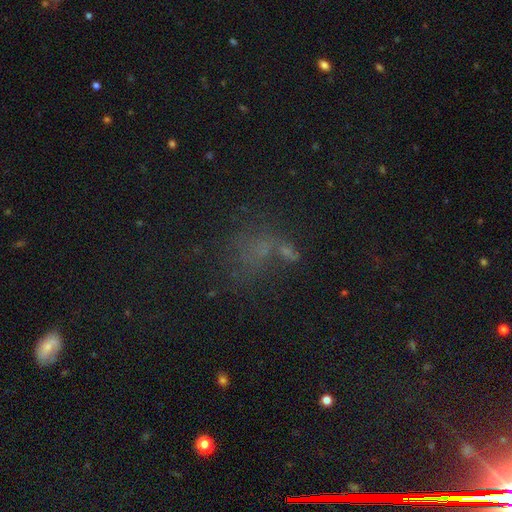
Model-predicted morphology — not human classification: Q: Smooth or featured?
A: smooth (41%); runner-up: star or artifact (34%)
Q: Merging?
A: none (37%); runner-up: major disturbance (25%)